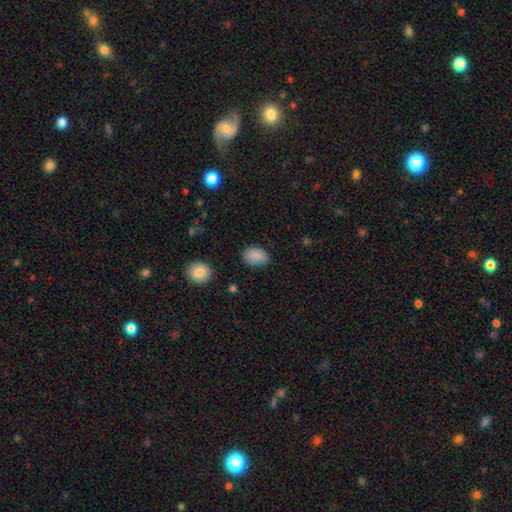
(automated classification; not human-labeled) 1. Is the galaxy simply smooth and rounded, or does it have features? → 87% smooth, 9% star or artifact, 5% featured or disk.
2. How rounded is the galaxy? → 80% in between, 19% round, 1% cigar-shaped.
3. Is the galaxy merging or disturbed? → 76% none, 19% minor disturbance, 4% major disturbance, 2% merger.